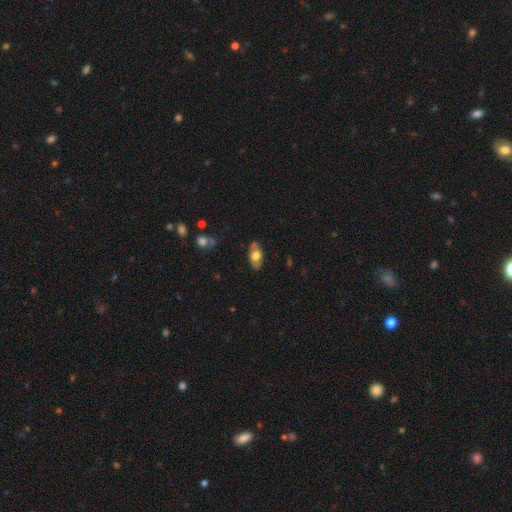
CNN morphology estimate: Overall: smooth (60%; featured or disk 33%). How rounded: in between (90%). Merging: none (78%).